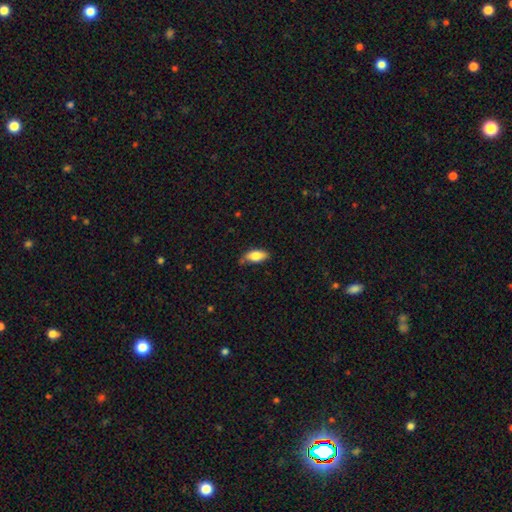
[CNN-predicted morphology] Overall: smooth (80%). How rounded: in between (87%). Merging: none (65%; minor disturbance 27%).